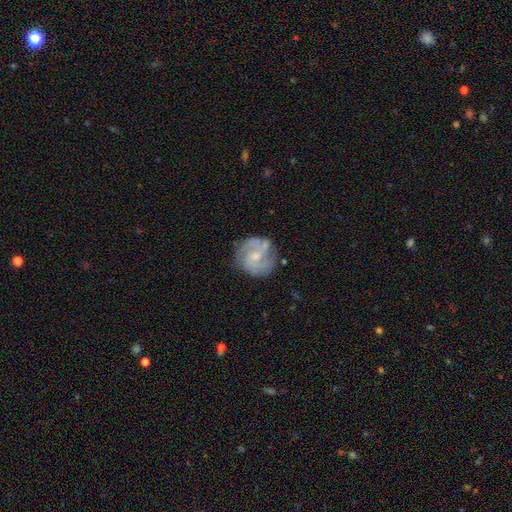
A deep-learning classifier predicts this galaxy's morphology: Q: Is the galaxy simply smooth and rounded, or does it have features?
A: featured or disk — 76%.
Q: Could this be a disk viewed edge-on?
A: no — 98%.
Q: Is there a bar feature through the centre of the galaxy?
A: no — 50%.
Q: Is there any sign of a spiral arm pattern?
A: yes — 91%.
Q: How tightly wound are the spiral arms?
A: medium — 47%.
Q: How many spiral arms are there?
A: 2 — 48%.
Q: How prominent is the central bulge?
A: small — 52%.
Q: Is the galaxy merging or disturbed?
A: none — 70%.